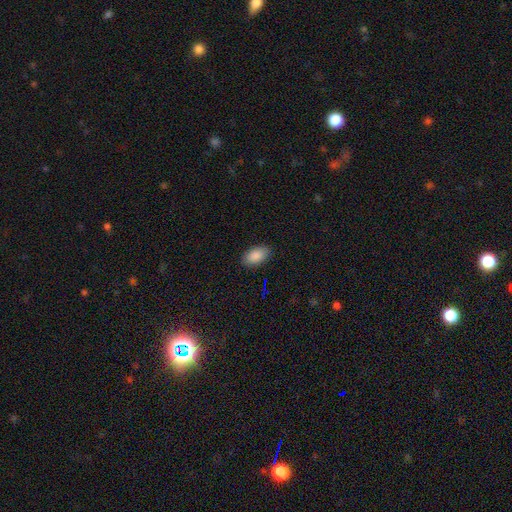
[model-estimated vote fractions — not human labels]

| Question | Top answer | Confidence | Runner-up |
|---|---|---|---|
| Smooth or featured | smooth | 88% | star or artifact (7%) |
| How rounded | in between | 93% | round (5%) |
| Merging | none | 88% | minor disturbance (9%) |